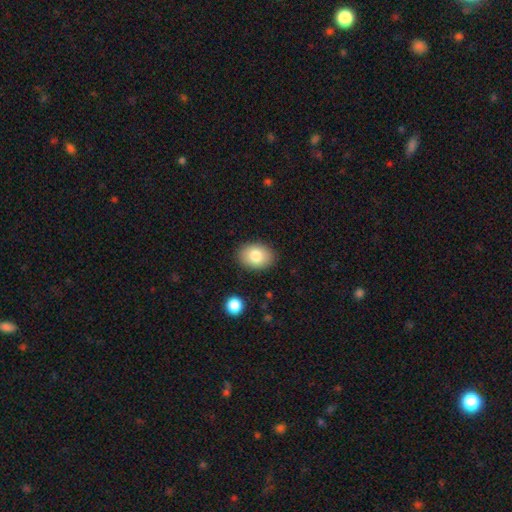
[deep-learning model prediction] smooth 82%, featured or disk 11%, star or artifact 8%. Down the decision tree: how rounded — in between (73%); merging — none (88%).